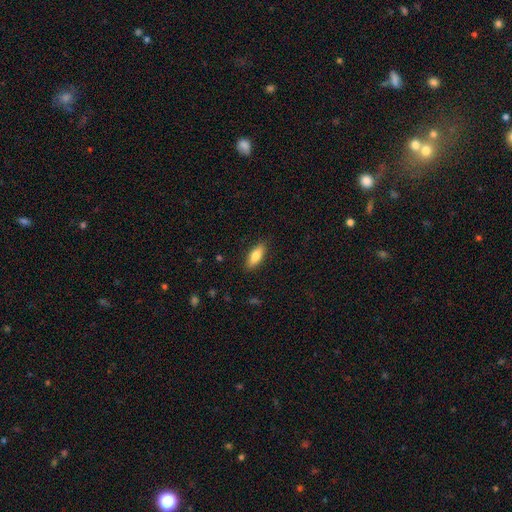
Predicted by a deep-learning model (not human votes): Morphology: type=smooth (80%); roundness=in between (73%); merging=none (87%).